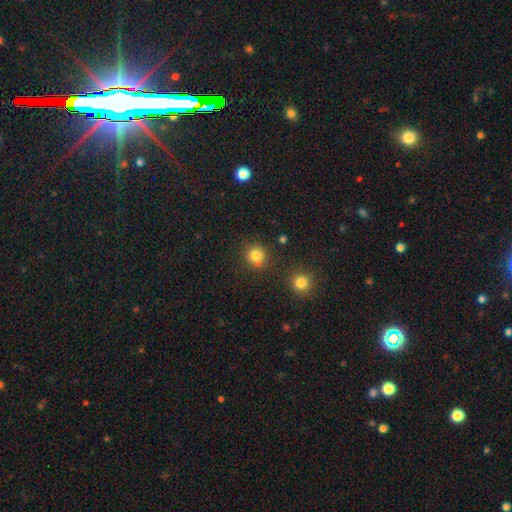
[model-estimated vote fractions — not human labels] Smooth or featured?
  - smooth: 83% *
  - star or artifact: 12%
  - featured or disk: 5%
How rounded?
  - round: 90% *
  - in between: 9%
  - cigar-shaped: 1%
Merging?
  - none: 83% *
  - minor disturbance: 9%
  - merger: 4%
  - major disturbance: 3%